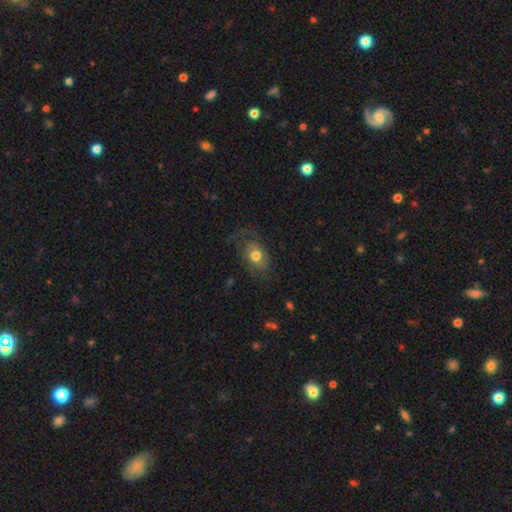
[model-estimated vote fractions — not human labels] This appears to be a smooth galaxy with no disk features (53%) that is in between round and cigar-shaped (76%). Merging: none (51%).